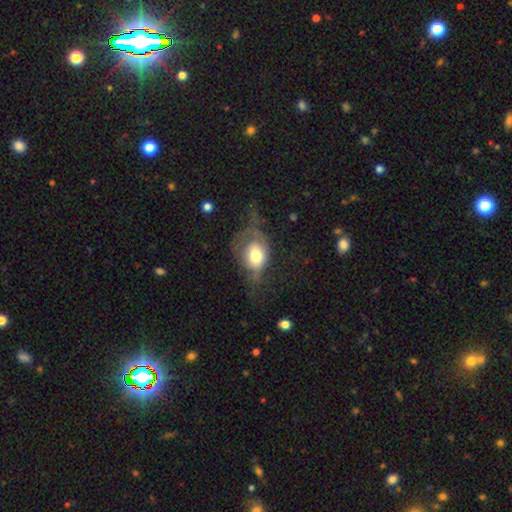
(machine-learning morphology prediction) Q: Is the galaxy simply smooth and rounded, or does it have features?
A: smooth — 57%.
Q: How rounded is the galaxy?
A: in between — 59%.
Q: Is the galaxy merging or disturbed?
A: major disturbance — 51%.